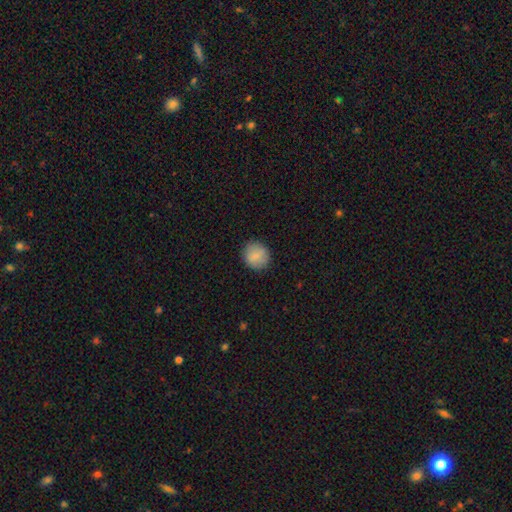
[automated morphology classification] Smooth or featured?
  - smooth: 85% *
  - featured or disk: 8%
  - star or artifact: 7%
How rounded?
  - round: 87% *
  - in between: 12%
  - cigar-shaped: 1%
Merging?
  - none: 88% *
  - minor disturbance: 9%
  - major disturbance: 2%
  - merger: 1%